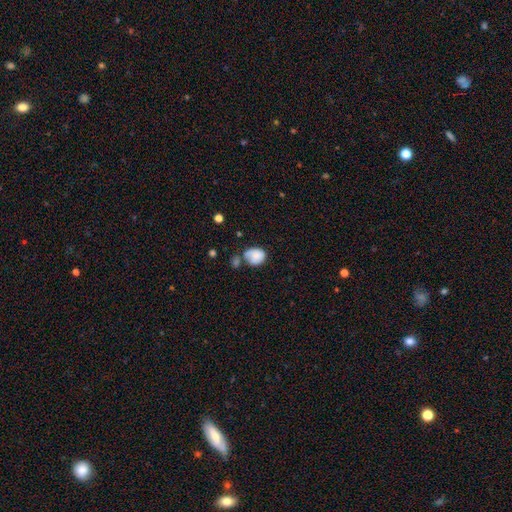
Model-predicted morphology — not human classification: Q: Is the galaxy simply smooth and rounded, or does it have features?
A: smooth — 76%.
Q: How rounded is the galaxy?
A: in between — 52%.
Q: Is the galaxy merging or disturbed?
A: none — 35%.